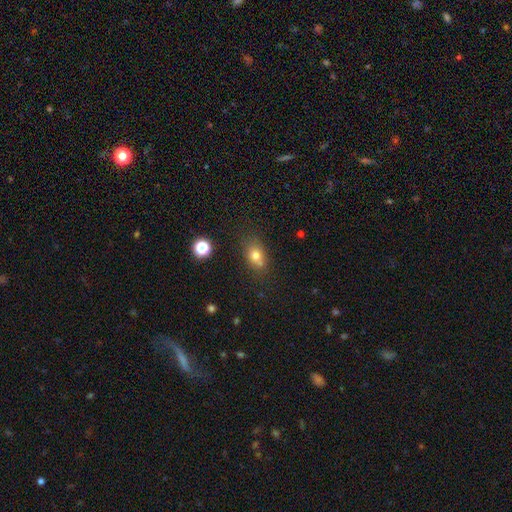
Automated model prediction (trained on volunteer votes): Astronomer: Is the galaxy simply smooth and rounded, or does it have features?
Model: smooth — 74%.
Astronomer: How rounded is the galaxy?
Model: in between — 58% (runner-up: round, 40%).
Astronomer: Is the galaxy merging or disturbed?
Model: none — 61%.